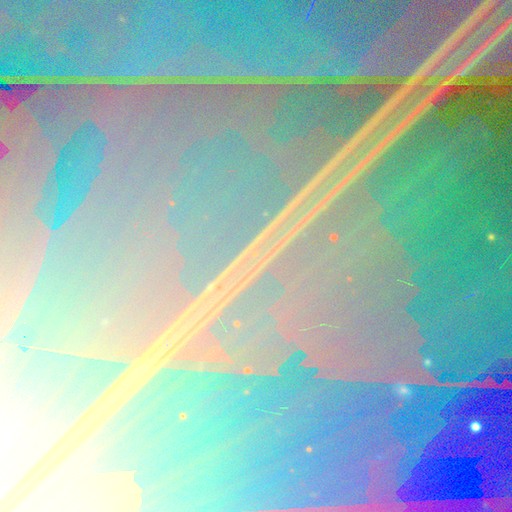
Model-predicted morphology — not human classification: Smooth or featured? Predicted: star or artifact (p=0.90).